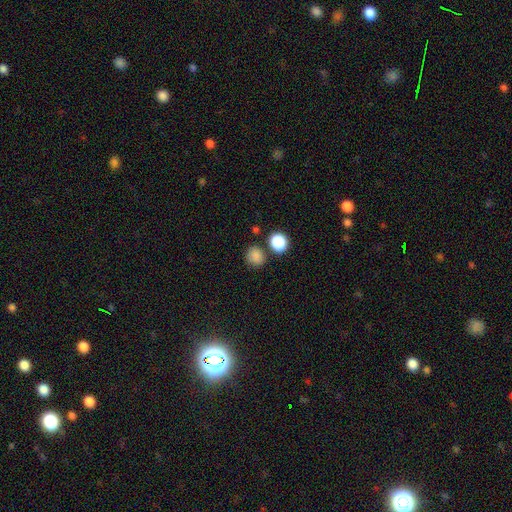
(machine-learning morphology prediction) The model was most divided on "how rounded": round: 82%, in between: 17%, cigar-shaped: 1%. More confident: smooth or featured — smooth (83%); merging — none (76%).